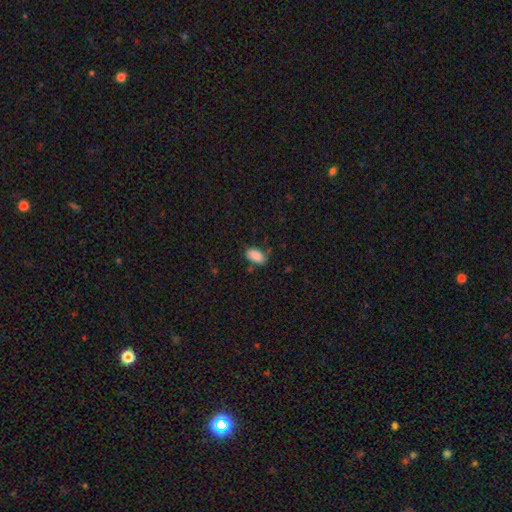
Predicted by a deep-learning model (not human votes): Smooth or featured: smooth — 88% (star or artifact — 7%)
How rounded: in between — 93% (round — 4%)
Merging: none — 75% (minor disturbance — 18%)